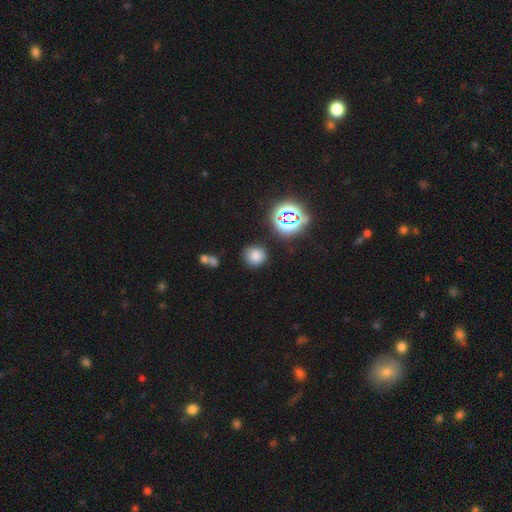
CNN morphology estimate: Smooth or featured? smooth (74%)
How rounded? round (90%)
Merging? none (85%)